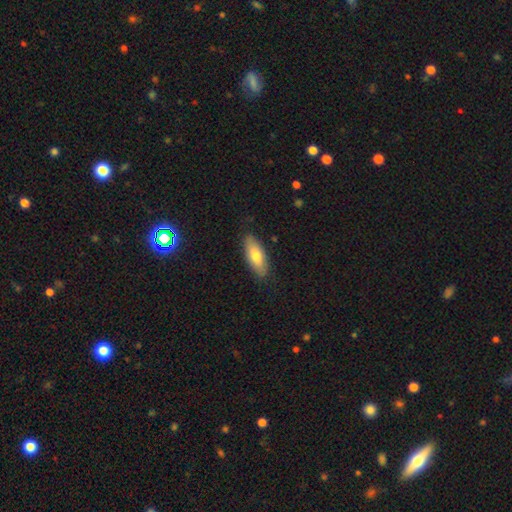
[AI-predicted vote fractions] Overall: smooth (72%). How rounded: in between (73%). Merging: none (84%).